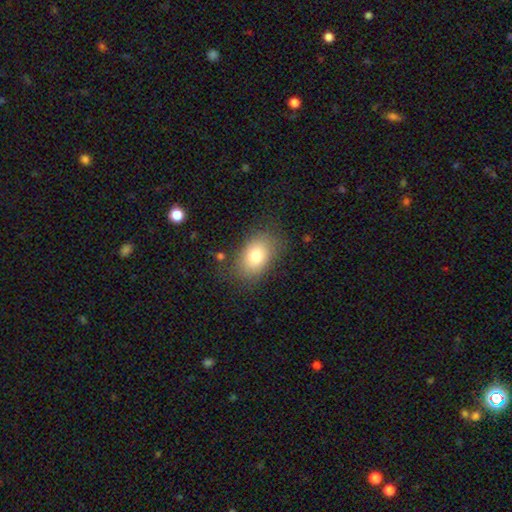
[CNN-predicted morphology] smooth_or_featured: smooth (p=0.78) [alt: featured or disk p=0.13]
how_rounded: in between (p=0.82) [alt: round p=0.17]
merging: none (p=0.78) [alt: minor disturbance p=0.15]